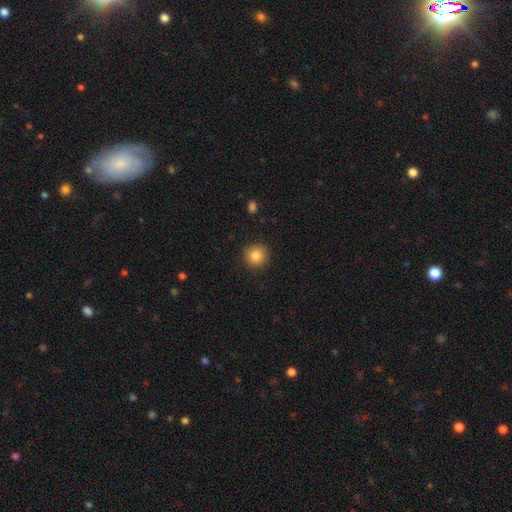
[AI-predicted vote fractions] Smooth or featured? smooth (85%)
How rounded? round (94%)
Merging? none (91%)